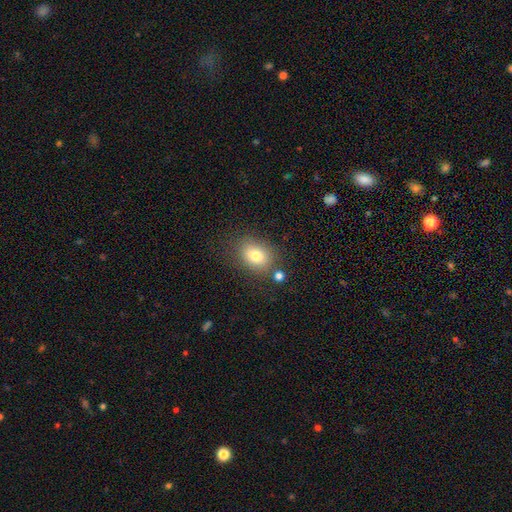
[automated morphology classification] Overall: smooth (78%). How rounded: in between (67%; round 31%). Merging: none (73%).